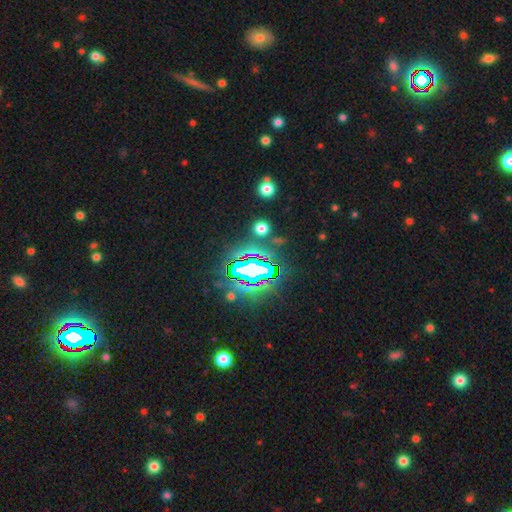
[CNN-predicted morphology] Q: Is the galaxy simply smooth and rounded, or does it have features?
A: star or artifact — 83%.